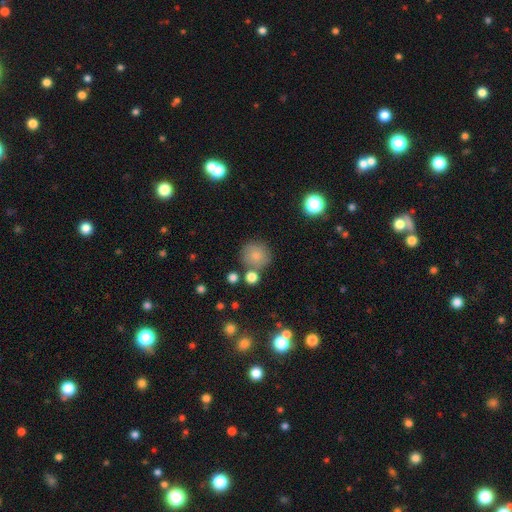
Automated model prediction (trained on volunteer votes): smooth 80%, star or artifact 10%, featured or disk 10%. Down the decision tree: how rounded — round (91%); merging — none (70%).